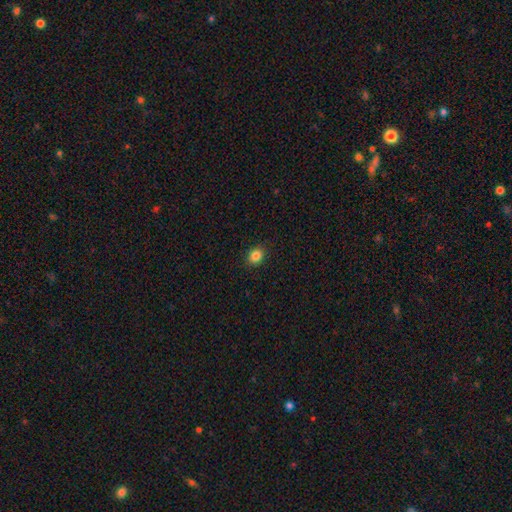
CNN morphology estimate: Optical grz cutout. It shows a smooth galaxy with no disk features (85%) that is round (58%). Merging: none (90%).